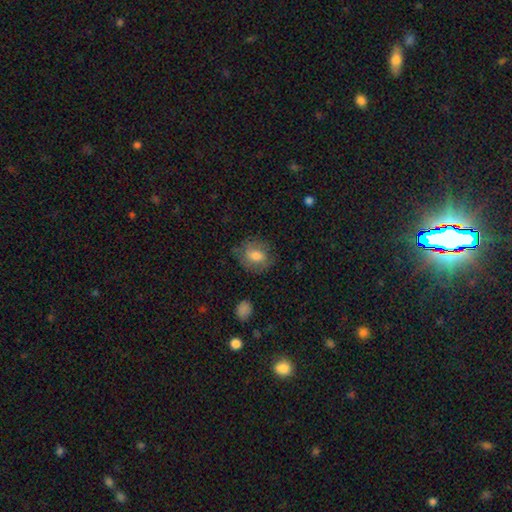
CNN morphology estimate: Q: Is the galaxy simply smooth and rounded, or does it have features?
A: smooth — 68%.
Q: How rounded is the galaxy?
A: round — 62%.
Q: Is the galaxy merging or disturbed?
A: none — 70%.